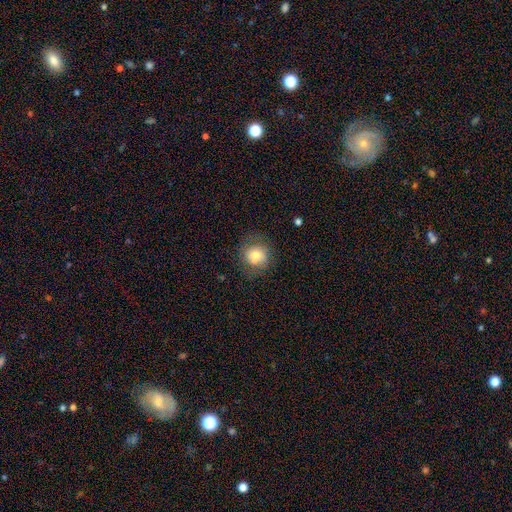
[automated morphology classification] This is likely a smooth galaxy (70%). How rounded: clearly round (85%). Merging: likely none (64%).